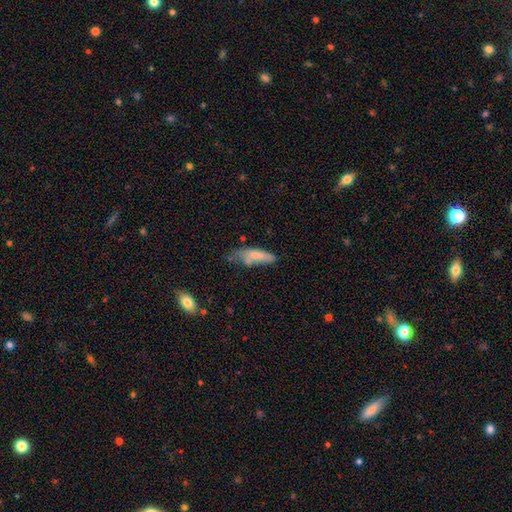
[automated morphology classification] Smooth or featured: smooth — 72% (featured or disk — 21%)
How rounded: in between — 49% (tied with cigar-shaped — 49%)
Merging: none — 41% (minor disturbance — 35%)